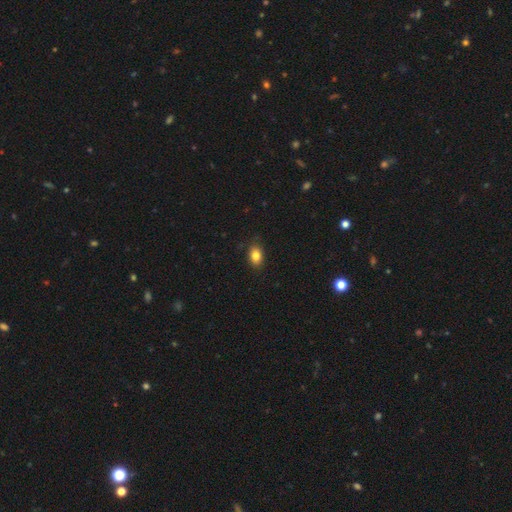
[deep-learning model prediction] The model was most divided on "how rounded": in between: 80%, round: 18%, cigar-shaped: 2%. More confident: merging — none (86%); smooth or featured — smooth (83%).